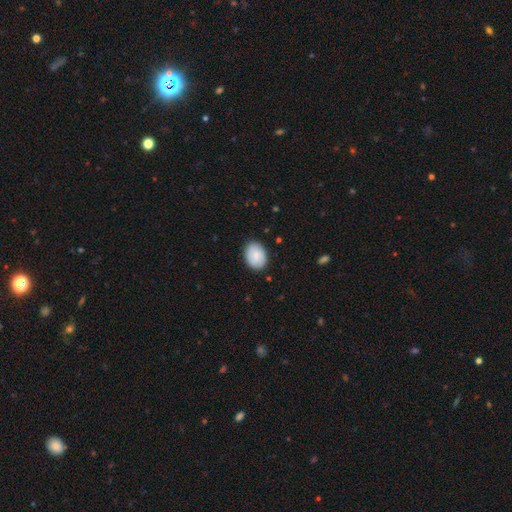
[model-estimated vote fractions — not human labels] This appears to be a smooth galaxy with no disk features (73%) that is in between round and cigar-shaped (74%). Merging: none (85%).